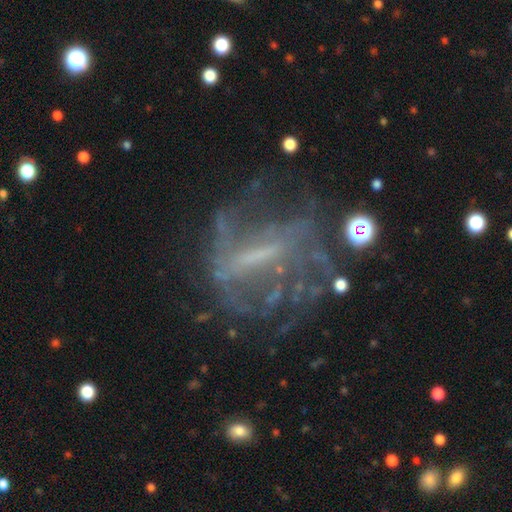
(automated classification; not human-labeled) Smooth or featured?
  - featured or disk: 70% *
  - star or artifact: 17%
  - smooth: 13%
Edge-on disk?
  - no: 92% *
  - yes: 8%
Bar?
  - strong: 43% *
  - weak: 31%
  - no: 26%
Spiral arms?
  - no: 54% *
  - yes: 46%
Bulge size?
  - none: 50% *
  - small: 29%
  - moderate: 17%
  - large: 3%
  - dominant: 1%
Merging?
  - none: 46% *
  - major disturbance: 31%
  - minor disturbance: 18%
  - merger: 5%